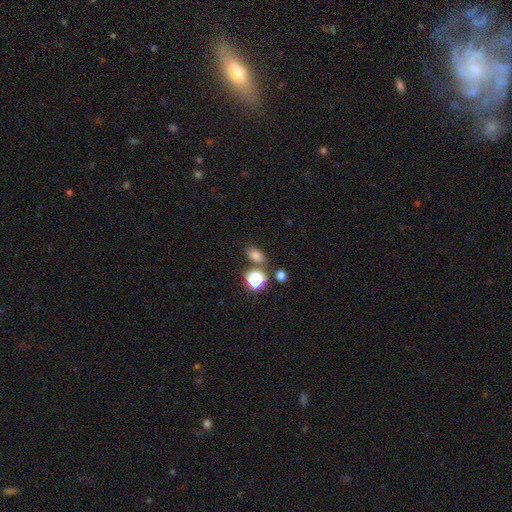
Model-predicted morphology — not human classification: Smooth or featured? smooth (75%)
How rounded? in between (74%)
Merging? none (74%)